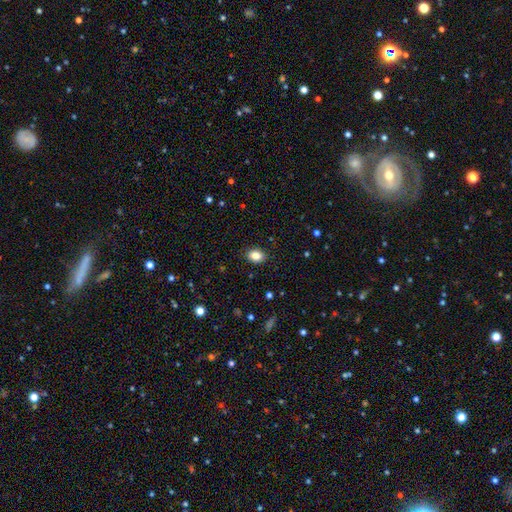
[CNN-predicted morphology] Smooth or featured?
  - smooth: 86% *
  - star or artifact: 9%
  - featured or disk: 6%
How rounded?
  - in between: 77% *
  - round: 22%
  - cigar-shaped: 1%
Merging?
  - none: 88% *
  - minor disturbance: 8%
  - major disturbance: 2%
  - merger: 1%